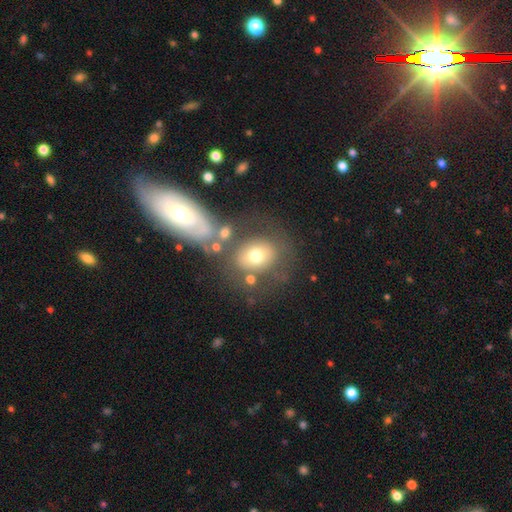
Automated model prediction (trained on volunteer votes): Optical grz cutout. It shows a smooth galaxy with no disk features (63%) that is round (56%). Merging: none (56%).